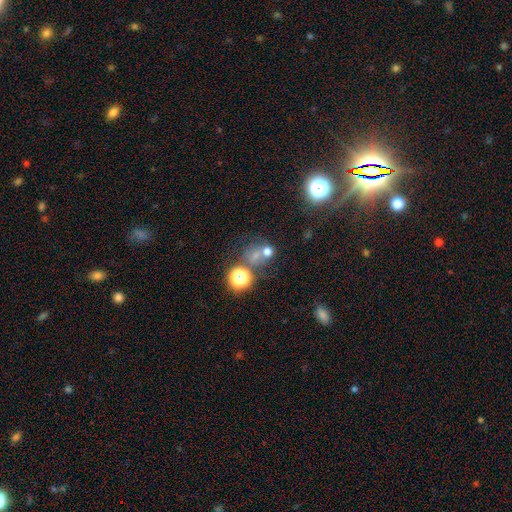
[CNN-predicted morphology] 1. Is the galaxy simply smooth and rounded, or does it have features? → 54% smooth, 32% star or artifact, 14% featured or disk.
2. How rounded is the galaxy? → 74% round, 25% in between, 1% cigar-shaped.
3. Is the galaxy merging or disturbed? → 47% none, 32% merger, 11% minor disturbance, 10% major disturbance.